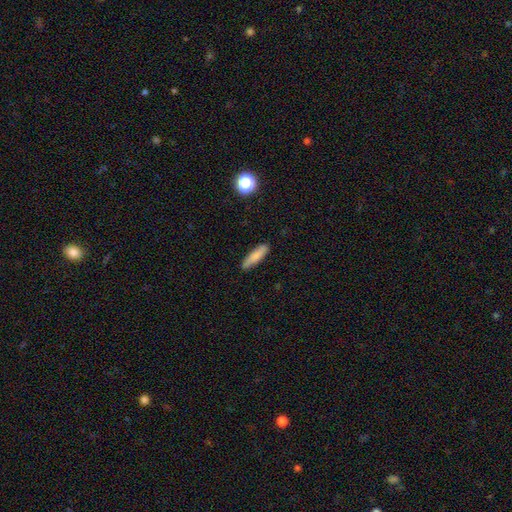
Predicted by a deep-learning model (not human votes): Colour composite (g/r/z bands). It shows a smooth galaxy with no disk features (81%) that is cigar-shaped (74%). Merging: none (86%).